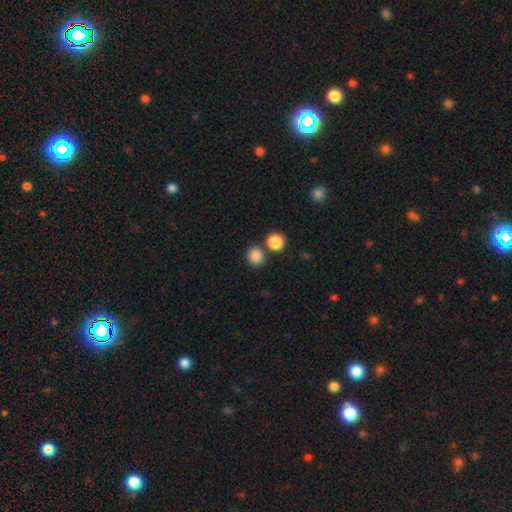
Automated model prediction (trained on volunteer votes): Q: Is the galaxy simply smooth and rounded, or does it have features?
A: smooth — 85%.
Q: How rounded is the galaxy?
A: round — 88%.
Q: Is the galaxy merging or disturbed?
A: none — 71%.